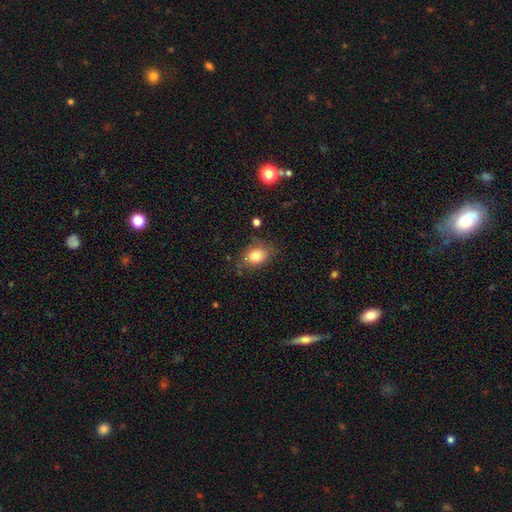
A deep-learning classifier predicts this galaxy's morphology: A smooth galaxy with no disk features (81%) that is in between round and cigar-shaped (72%). Merging: none (66%).